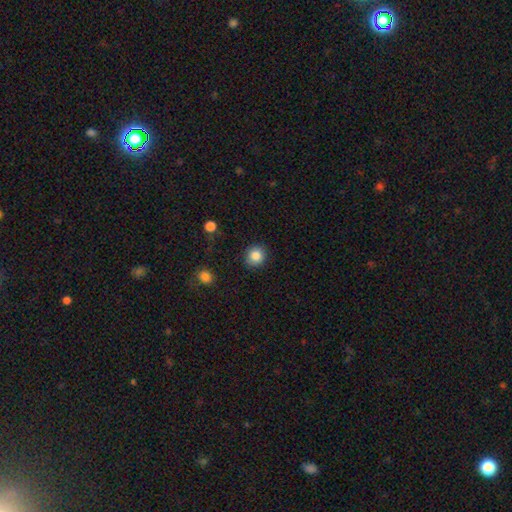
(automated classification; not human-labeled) This is clearly a smooth galaxy (85%). How rounded: clearly round (87%). Merging: clearly none (90%).